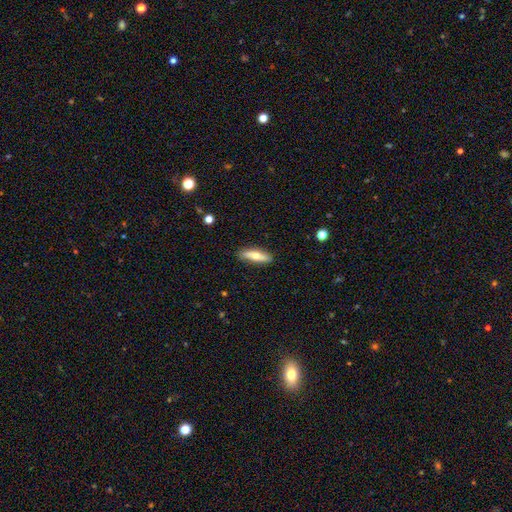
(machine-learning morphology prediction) This appears to be a smooth galaxy with no disk features (56%) that is cigar-shaped (55%). Merging: none (87%).